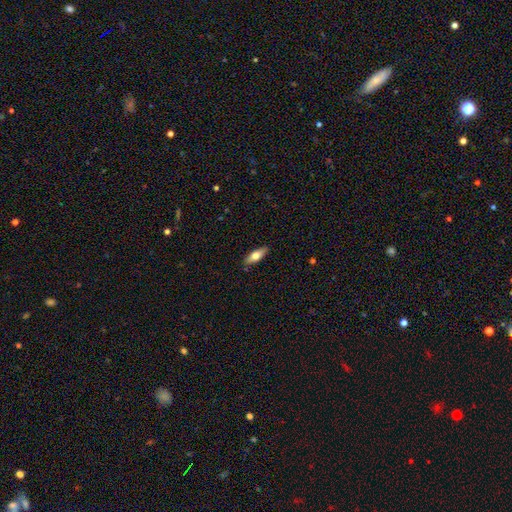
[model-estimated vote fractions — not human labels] The model was most divided on "how rounded": in between: 61%, cigar-shaped: 36%, round: 2%. More confident: merging — none (87%); smooth or featured — smooth (67%).